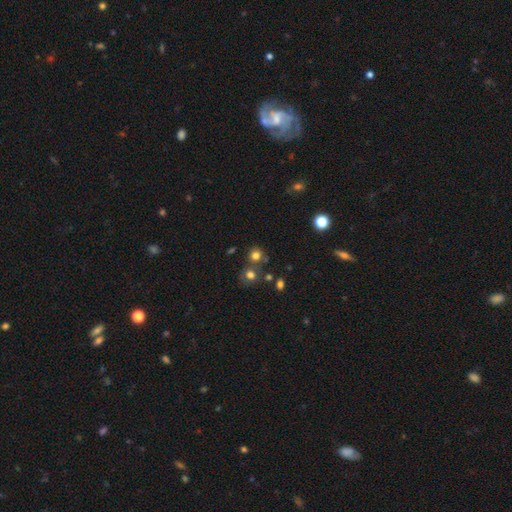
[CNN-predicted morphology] smooth-or-featured: smooth: 73% | star or artifact: 19% | featured or disk: 8%
  how-rounded: round: 86% | in between: 13% | cigar-shaped: 1%
  merging: none: 65% | merger: 22% | minor disturbance: 9% | major disturbance: 4%